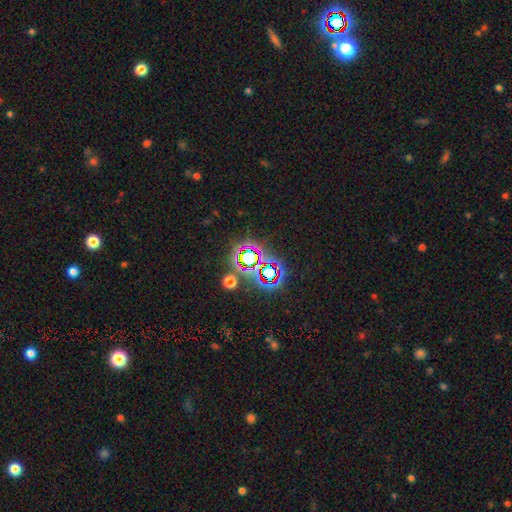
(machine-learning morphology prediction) Smooth or featured: star or artifact — 73% (smooth — 16%)